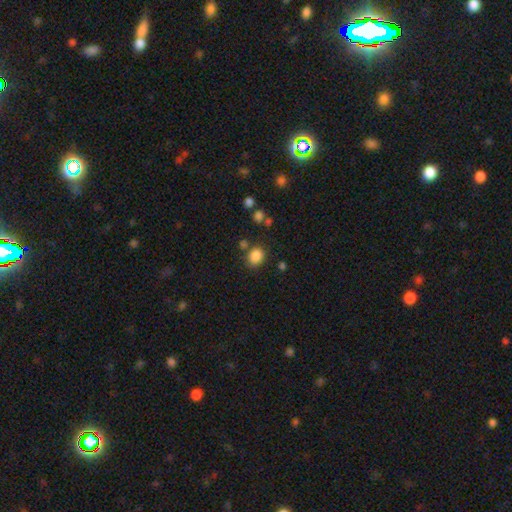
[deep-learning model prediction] Q: Smooth or featured?
A: smooth (85%); runner-up: star or artifact (11%)
Q: How rounded?
A: round (58%); runner-up: in between (41%)
Q: Merging?
A: none (73%); runner-up: minor disturbance (14%)